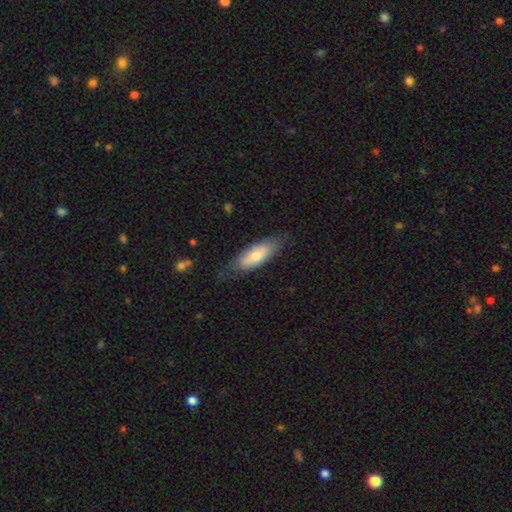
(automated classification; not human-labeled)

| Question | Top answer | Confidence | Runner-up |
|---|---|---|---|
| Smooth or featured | smooth | 69% | featured or disk (26%) |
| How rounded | in between | 66% | cigar-shaped (32%) |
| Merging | none | 70% | minor disturbance (22%) |